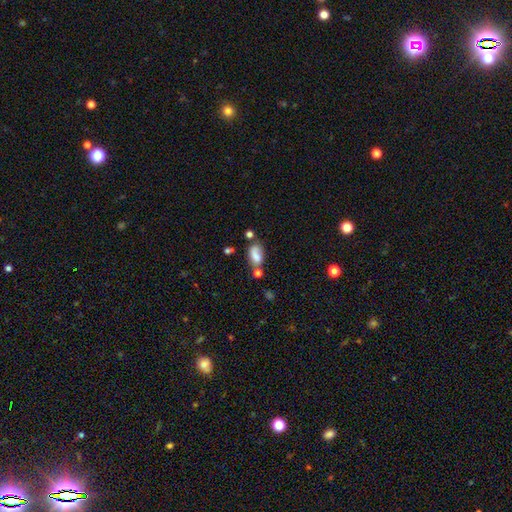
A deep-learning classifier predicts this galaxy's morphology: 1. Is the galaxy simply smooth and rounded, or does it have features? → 66% smooth, 22% featured or disk, 11% star or artifact.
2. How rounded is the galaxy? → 86% in between, 10% round, 3% cigar-shaped.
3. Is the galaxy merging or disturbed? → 40% none, 25% merger, 22% minor disturbance, 13% major disturbance.